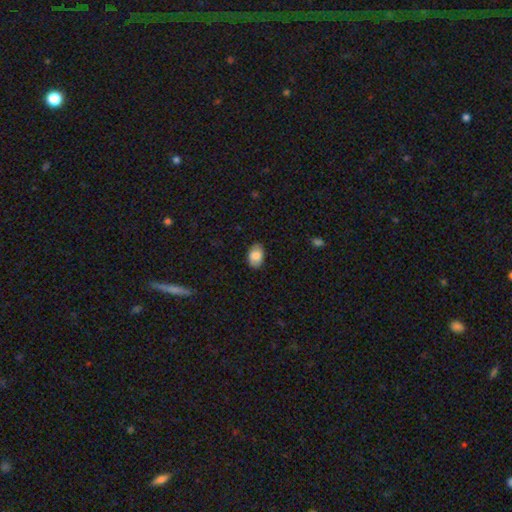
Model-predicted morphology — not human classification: A smooth galaxy with no disk features (84%) that is in between round and cigar-shaped (89%).

Vote fractions:
- Smooth or featured? smooth: 84% / featured or disk: 10% / star or artifact: 7%
- How rounded? in between: 89% / round: 10% / cigar-shaped: 1%
- Merging? none: 85% / minor disturbance: 12% / major disturbance: 2% / merger: 1%